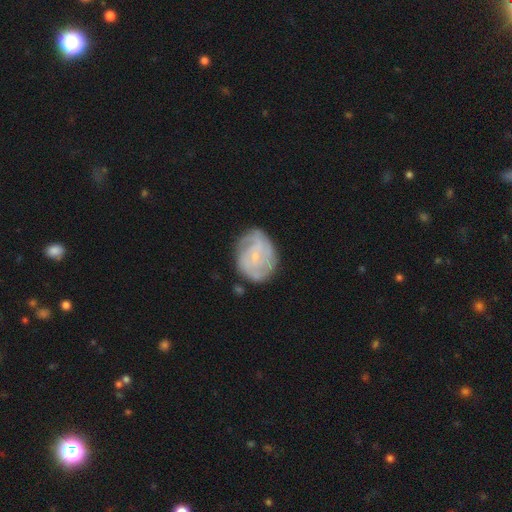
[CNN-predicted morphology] This is likely a featured or disk galaxy (72%). It is clearly not viewed edge-on (98%). Bar: possibly no (57%). Spiral arm pattern: clearly yes (86%). Spiral arm count: marginally can't tell (41%). Spiral winding: possibly tight (55%). Central bulge: clearly small (80%). Merging: likely none (69%).